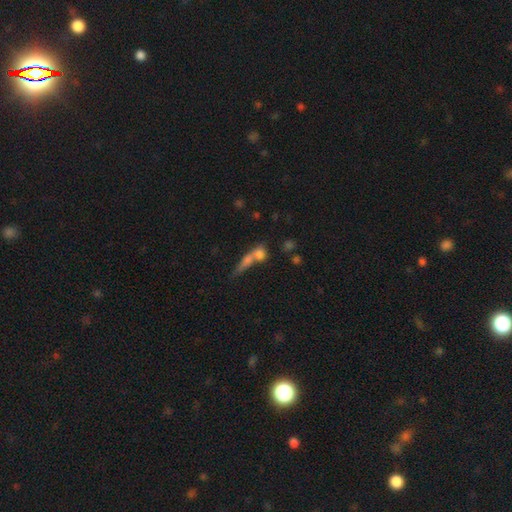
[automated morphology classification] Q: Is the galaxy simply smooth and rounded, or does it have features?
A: smooth — 66%.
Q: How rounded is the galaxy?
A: round — 37%.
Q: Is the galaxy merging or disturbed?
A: merger — 47%.